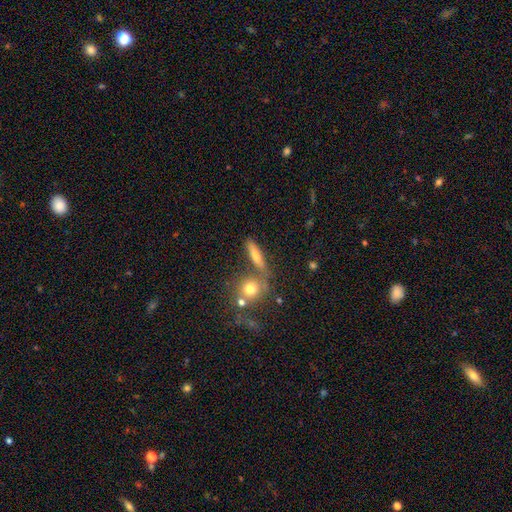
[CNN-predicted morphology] Smooth or featured? smooth (70%)
How rounded? cigar-shaped (59%)
Merging? none (66%)